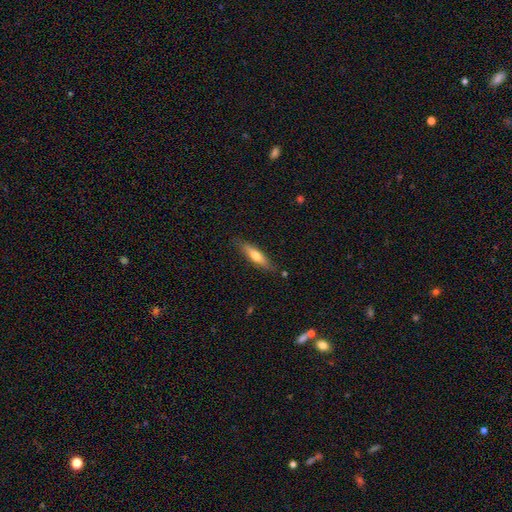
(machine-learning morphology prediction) Smooth or featured?
  - smooth: 58% *
  - featured or disk: 36%
  - star or artifact: 6%
How rounded?
  - cigar-shaped: 76% *
  - in between: 23%
  - round: 2%
Merging?
  - none: 82% *
  - minor disturbance: 13%
  - major disturbance: 3%
  - merger: 2%